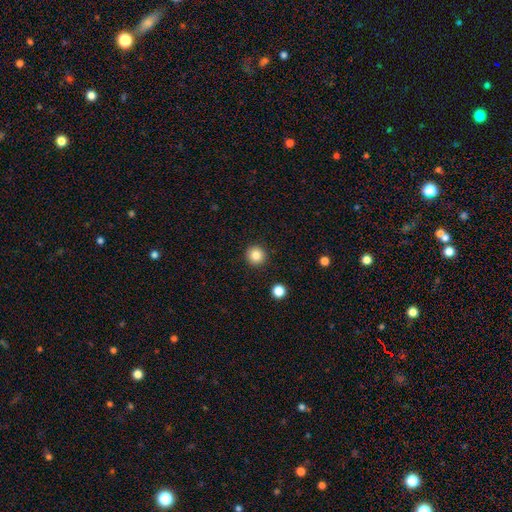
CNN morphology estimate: This appears to be a smooth galaxy with no disk features (84%) that is round (96%). Merging: none (92%).